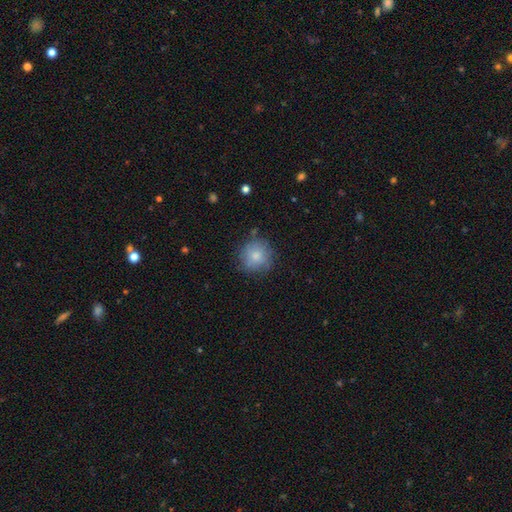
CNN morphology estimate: Smooth or featured?
  - smooth: 79% *
  - featured or disk: 13%
  - star or artifact: 8%
How rounded?
  - round: 92% *
  - in between: 7%
  - cigar-shaped: 1%
Merging?
  - none: 76% *
  - minor disturbance: 17%
  - major disturbance: 5%
  - merger: 2%